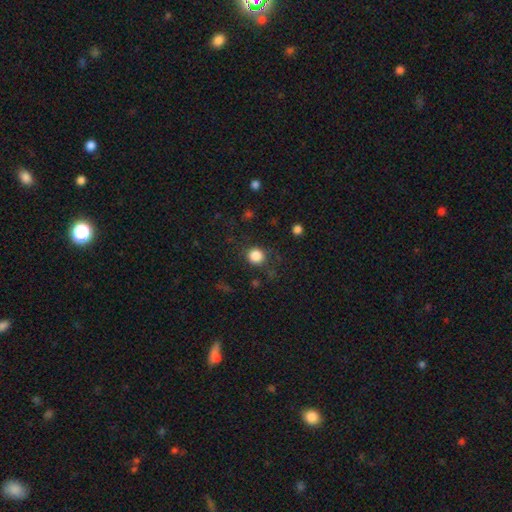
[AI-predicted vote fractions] Smooth or featured? smooth (85%)
How rounded? round (90%)
Merging? none (82%)